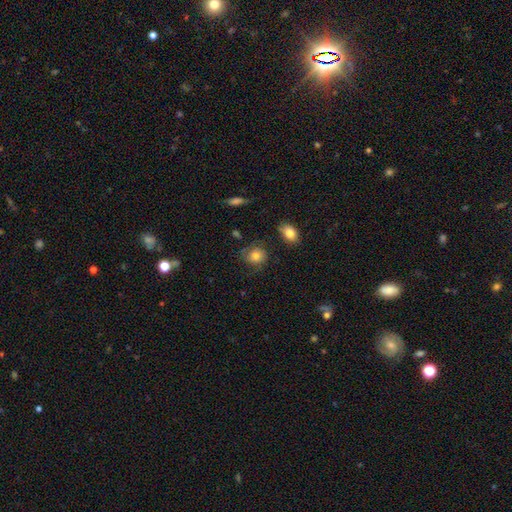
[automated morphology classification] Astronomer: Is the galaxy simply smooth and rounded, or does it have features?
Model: smooth — 76%.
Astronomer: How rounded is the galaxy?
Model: round — 76%.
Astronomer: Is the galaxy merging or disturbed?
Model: none — 68%.